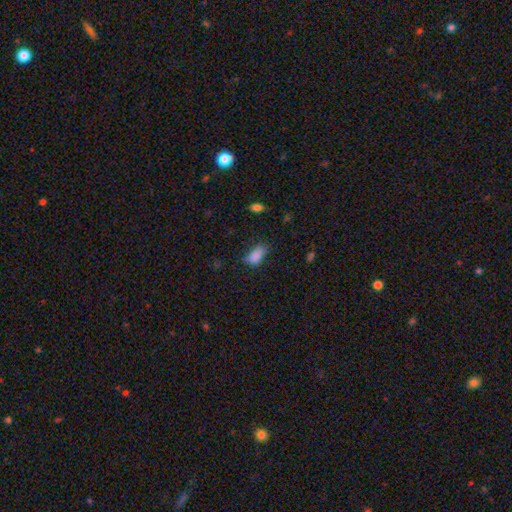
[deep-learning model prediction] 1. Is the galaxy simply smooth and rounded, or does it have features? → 84% smooth, 10% star or artifact, 6% featured or disk.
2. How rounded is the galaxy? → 88% in between, 8% cigar-shaped, 4% round.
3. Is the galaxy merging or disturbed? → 56% none, 31% minor disturbance, 11% major disturbance, 3% merger.